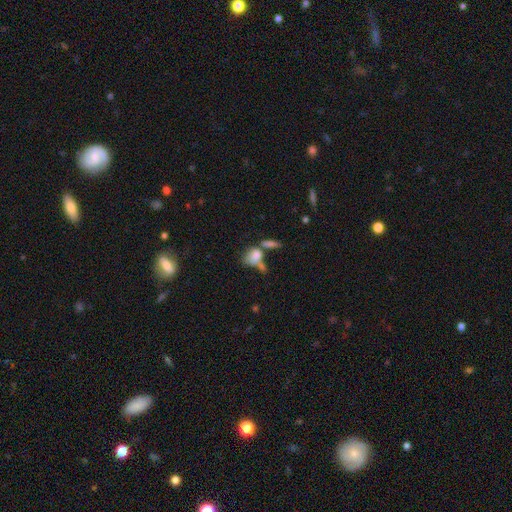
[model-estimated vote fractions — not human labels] This appears to be a smooth galaxy with no disk features (74%) that is in between round and cigar-shaped (72%). Merging: merger (46%).